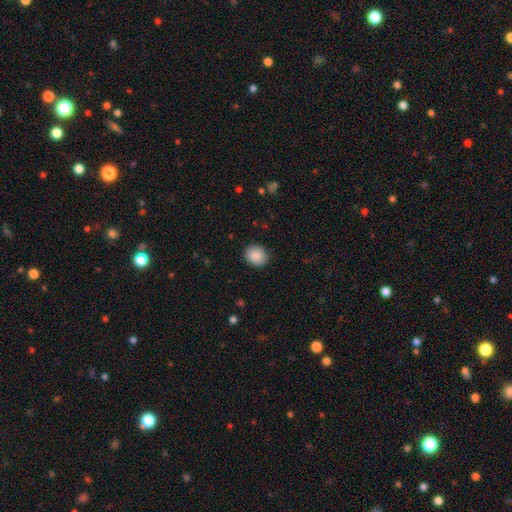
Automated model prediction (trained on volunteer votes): Smooth or featured? Predicted: smooth (p=0.89). How rounded? Predicted: round (p=0.69). Merging? Predicted: none (p=0.88).